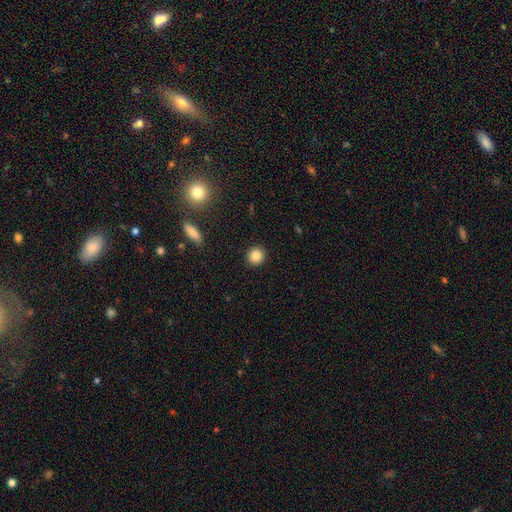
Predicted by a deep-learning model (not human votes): Morphology: type=smooth (84%); roundness=round (90%); merging=none (92%).